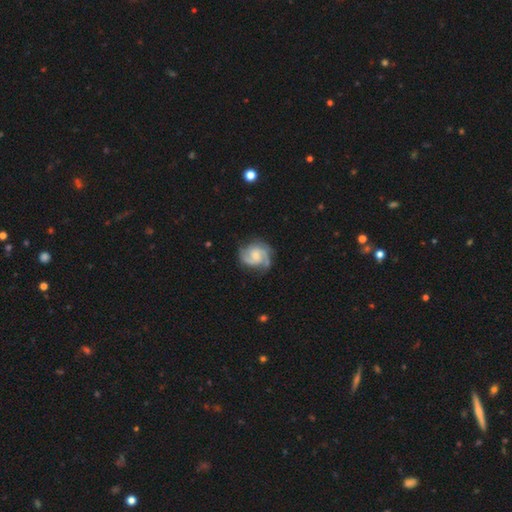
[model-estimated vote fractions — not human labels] Q: Smooth or featured?
A: featured or disk (83%); runner-up: smooth (11%)
Q: Edge-on disk?
A: no (98%); runner-up: yes (2%)
Q: Bar?
A: no (57%); runner-up: weak (37%)
Q: Spiral arms?
A: yes (97%); runner-up: no (3%)
Q: Spiral winding?
A: medium (48%); runner-up: tight (39%)
Q: Spiral arm count?
A: 2 (64%); runner-up: 3 (18%)
Q: Bulge size?
A: small (54%); runner-up: moderate (35%)
Q: Merging?
A: none (71%); runner-up: minor disturbance (20%)